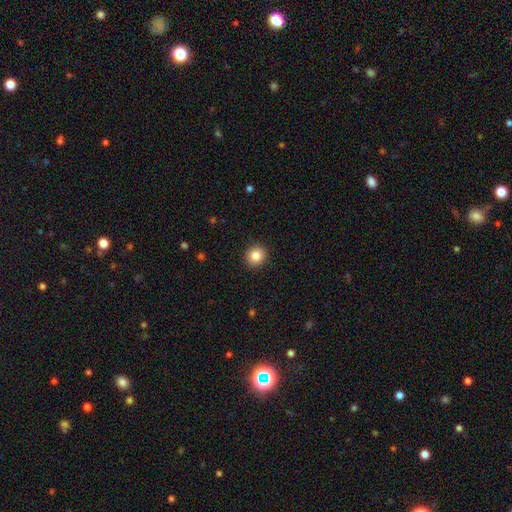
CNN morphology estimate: smooth 84%, star or artifact 10%, featured or disk 6%. Down the decision tree: how rounded — round (89%); merging — none (92%).